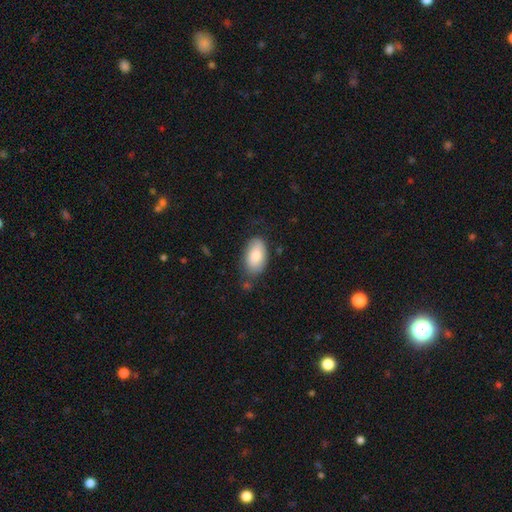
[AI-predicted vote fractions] Q: Smooth or featured?
A: smooth (79%); runner-up: featured or disk (15%)
Q: How rounded?
A: in between (94%); runner-up: round (4%)
Q: Merging?
A: none (68%); runner-up: minor disturbance (22%)